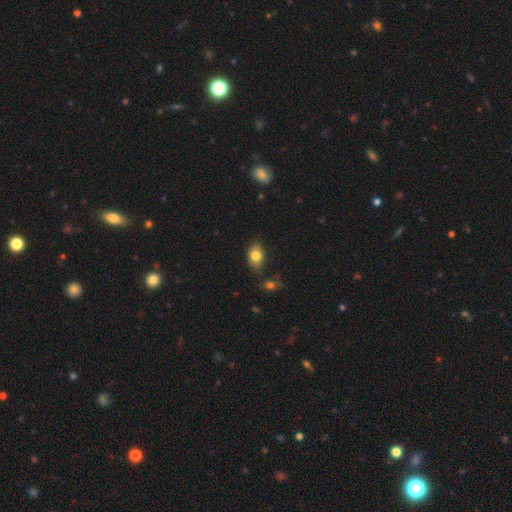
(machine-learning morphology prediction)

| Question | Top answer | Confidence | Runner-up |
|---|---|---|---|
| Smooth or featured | smooth | 80% | featured or disk (11%) |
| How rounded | in between | 76% | round (23%) |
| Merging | none | 71% | minor disturbance (20%) |